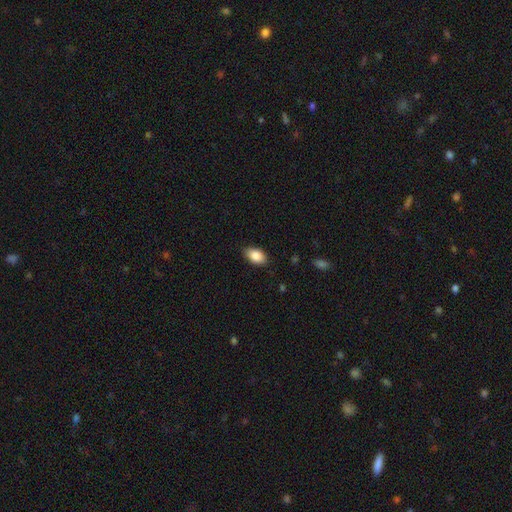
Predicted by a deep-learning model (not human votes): Smooth or featured: smooth — 87% (star or artifact — 7%)
How rounded: in between — 92% (round — 6%)
Merging: none — 85% (minor disturbance — 12%)